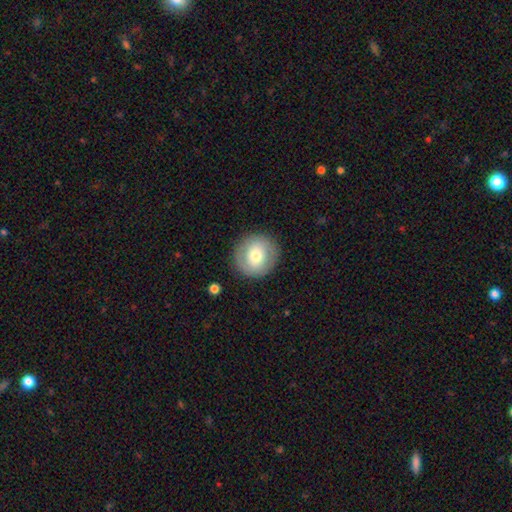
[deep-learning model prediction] smooth 64%, featured or disk 28%, star or artifact 7%. Down the decision tree: how rounded — round (91%); merging — none (88%).